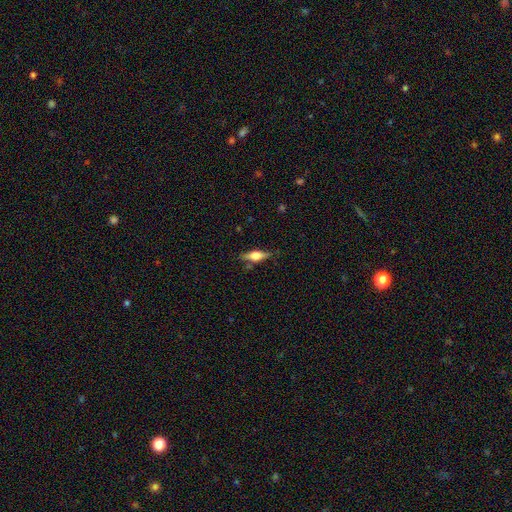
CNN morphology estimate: Overall: smooth (47%; featured or disk 46%). Merging: none (75%).